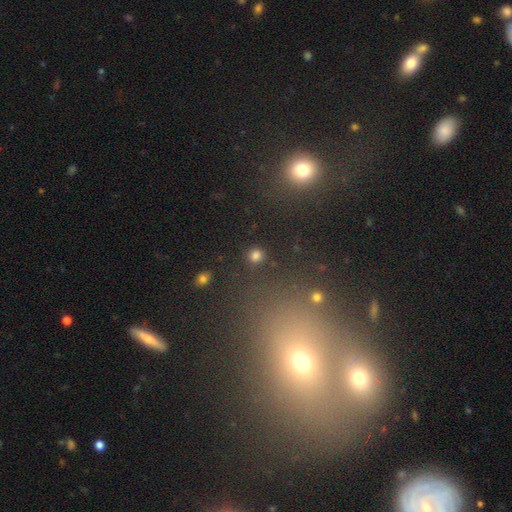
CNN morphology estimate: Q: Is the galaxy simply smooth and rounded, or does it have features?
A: smooth — 81%.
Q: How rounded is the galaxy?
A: round — 92%.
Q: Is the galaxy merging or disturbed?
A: none — 87%.